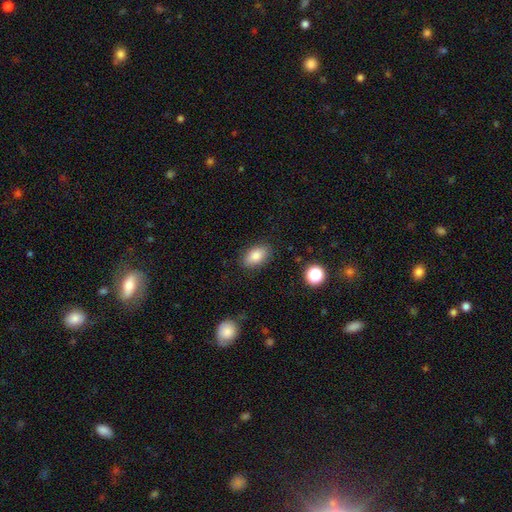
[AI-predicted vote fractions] Morphology: type=smooth (85%); roundness=in between (89%); merging=none (85%).